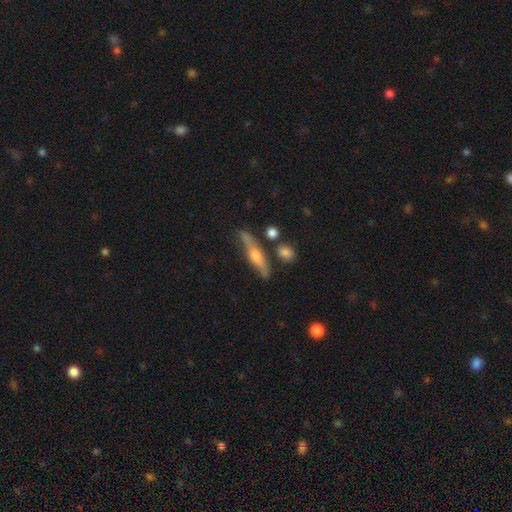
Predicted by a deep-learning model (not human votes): Overall: featured or disk (61%; smooth 32%). Edge-on disk: yes (91%). Edge-on bulge: rounded (87%). Merging: none (75%).